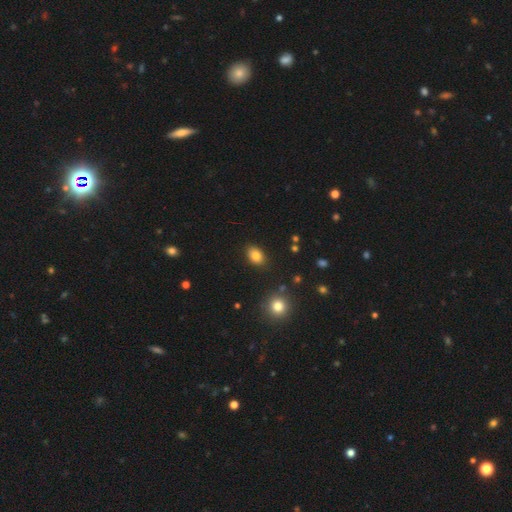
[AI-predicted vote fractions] smooth-or-featured: smooth: 83% | star or artifact: 10% | featured or disk: 7%
  how-rounded: in between: 82% | round: 16% | cigar-shaped: 1%
  merging: none: 86% | minor disturbance: 9% | major disturbance: 2% | merger: 2%